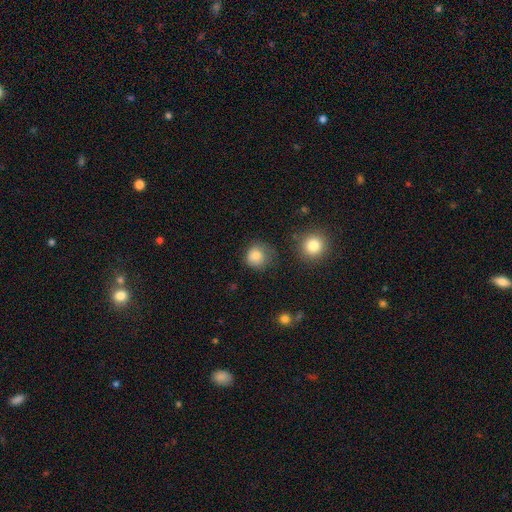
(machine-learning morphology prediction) Smooth or featured? smooth (82%)
How rounded? round (89%)
Merging? none (68%)